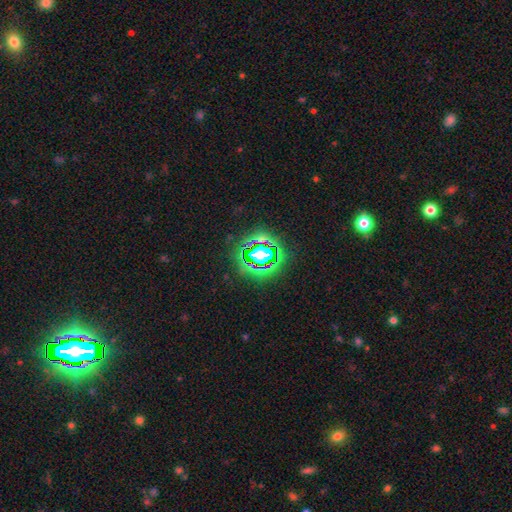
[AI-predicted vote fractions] Overall: star or artifact (74%).